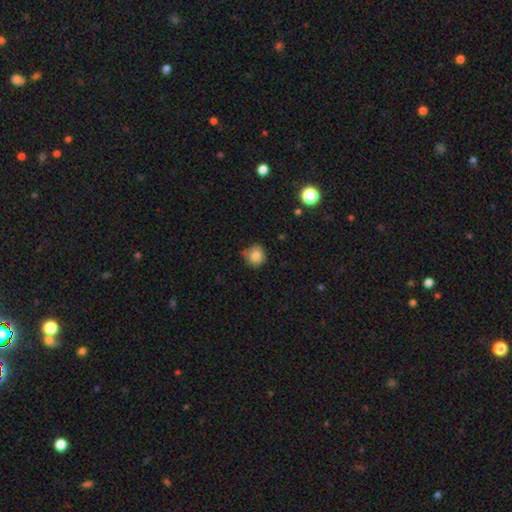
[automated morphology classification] Smooth or featured: smooth — 83% (star or artifact — 10%)
How rounded: round — 87% (in between — 12%)
Merging: none — 66% (minor disturbance — 27%)